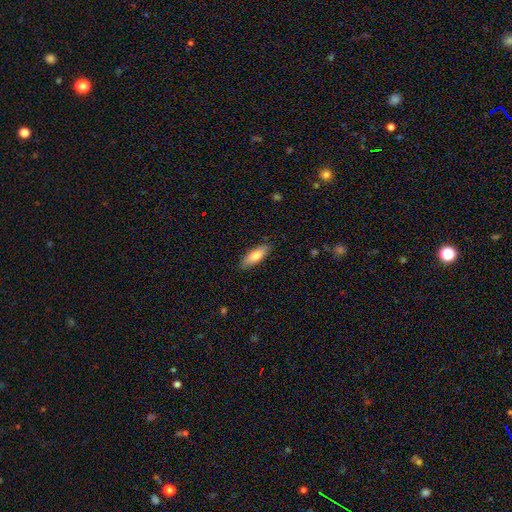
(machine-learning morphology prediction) This is clearly a smooth galaxy (80%). How rounded: likely in between (65%). Merging: clearly none (85%).